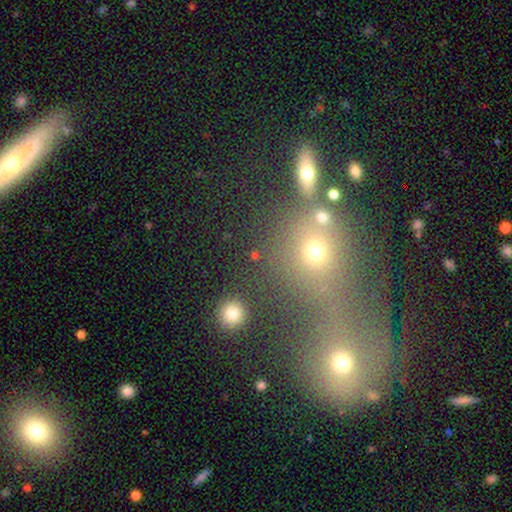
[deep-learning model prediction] smooth-or-featured: smooth: 59% | star or artifact: 27% | featured or disk: 14%
  how-rounded: round: 80% | in between: 17% | cigar-shaped: 3%
  merging: none: 47% | merger: 40% | minor disturbance: 8% | major disturbance: 6%